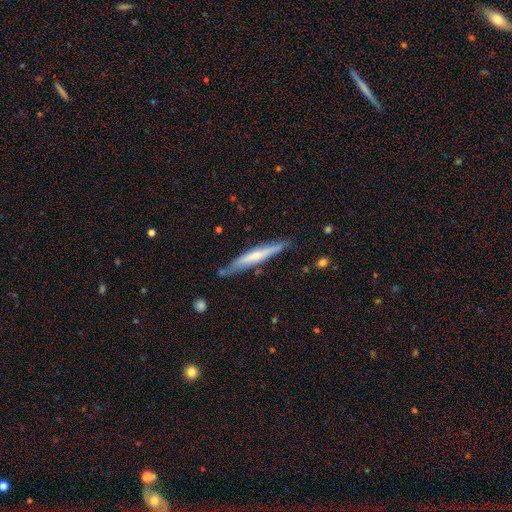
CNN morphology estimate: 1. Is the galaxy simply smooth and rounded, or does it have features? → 53% featured or disk, 41% smooth, 6% star or artifact.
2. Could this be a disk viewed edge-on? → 91% yes, 9% no.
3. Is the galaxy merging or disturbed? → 80% none, 15% minor disturbance, 3% major disturbance, 3% merger.